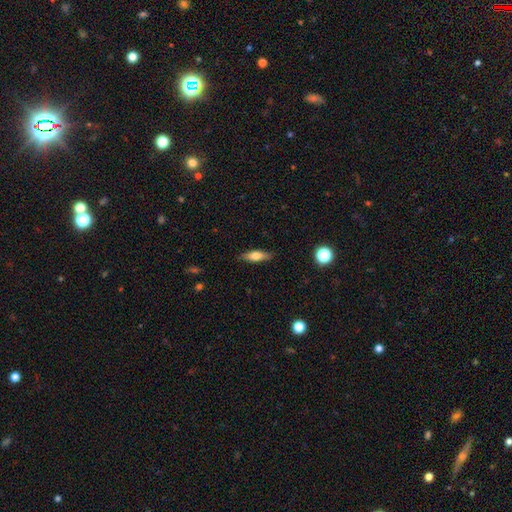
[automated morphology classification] Smooth or featured? Predicted: smooth (p=0.62). How rounded? Predicted: cigar-shaped (p=0.52). Merging? Predicted: none (p=0.86).